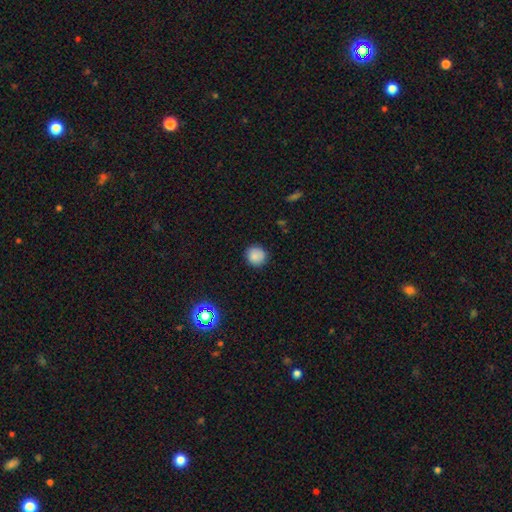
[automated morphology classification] Smooth or featured? Predicted: smooth (p=0.85). How rounded? Predicted: round (p=0.90). Merging? Predicted: none (p=0.88).